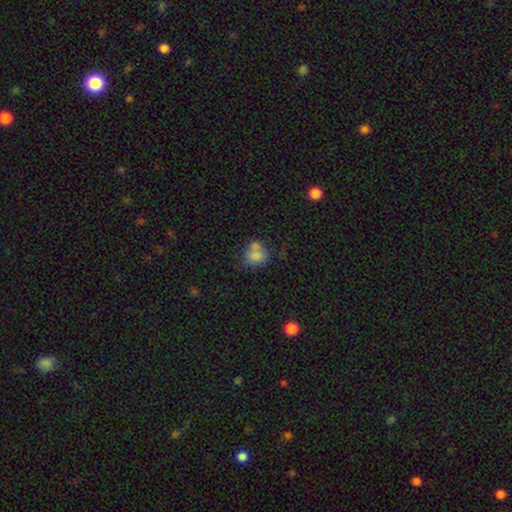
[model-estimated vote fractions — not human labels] This appears to be a smooth galaxy with no disk features (75%) that is round (59%). Merging: none (40%).